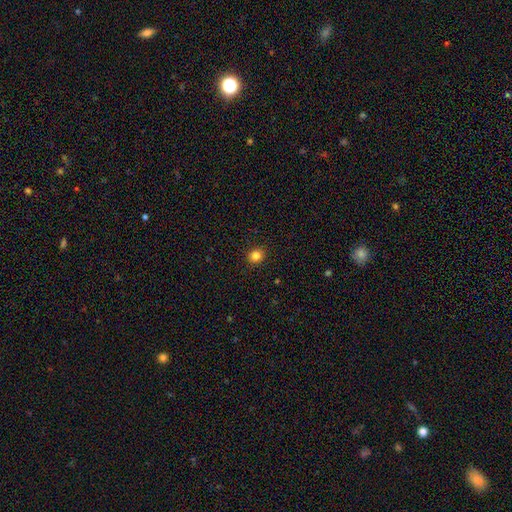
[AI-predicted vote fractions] Smooth or featured?
  - smooth: 83% *
  - star or artifact: 12%
  - featured or disk: 5%
How rounded?
  - round: 78% *
  - in between: 21%
  - cigar-shaped: 1%
Merging?
  - none: 91% *
  - minor disturbance: 6%
  - major disturbance: 2%
  - merger: 1%